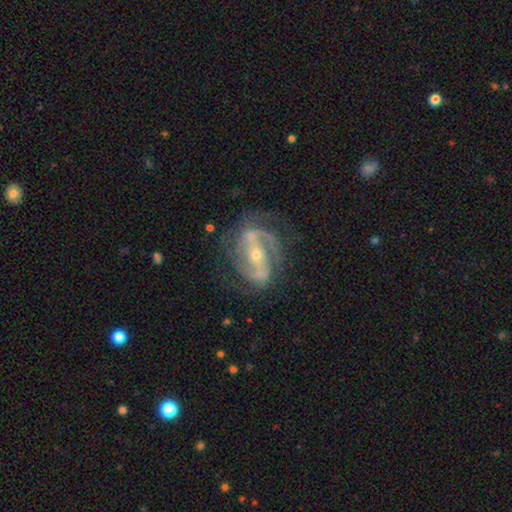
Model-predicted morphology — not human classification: A featured or disk galaxy (89%) with a strong bar (58%), 2 (72%) medium (48%) spiral arms (95%) and a small central bulge (55%). Merging: none (67%).